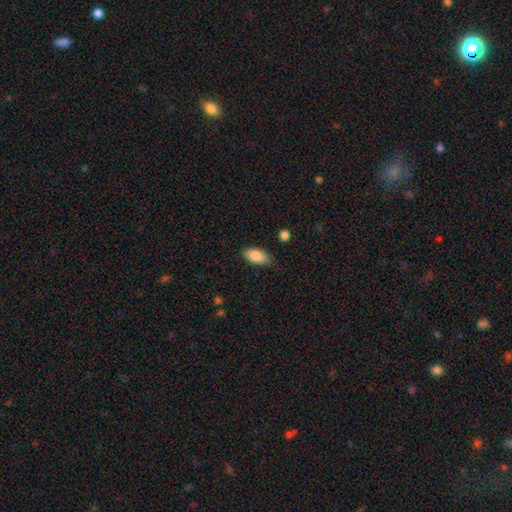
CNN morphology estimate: Smooth or featured? Predicted: smooth (p=0.86). How rounded? Predicted: in between (p=0.91). Merging? Predicted: none (p=0.76).